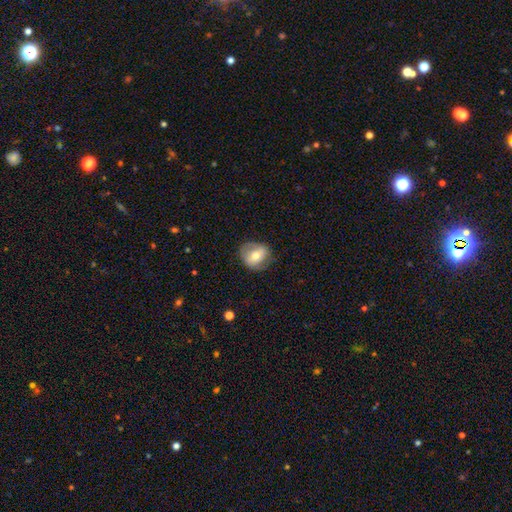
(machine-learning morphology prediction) A smooth galaxy with no disk features (57%) that is round (67%).

Vote fractions:
- Smooth or featured? smooth: 57% / featured or disk: 35% / star or artifact: 8%
- How rounded? round: 67% / in between: 31% / cigar-shaped: 1%
- Merging? none: 71% / minor disturbance: 20% / major disturbance: 7% / merger: 1%